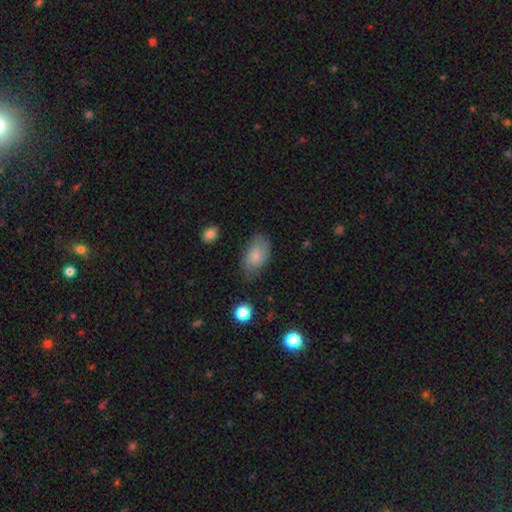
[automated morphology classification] Smooth or featured? smooth (74%)
How rounded? in between (93%)
Merging? none (62%)